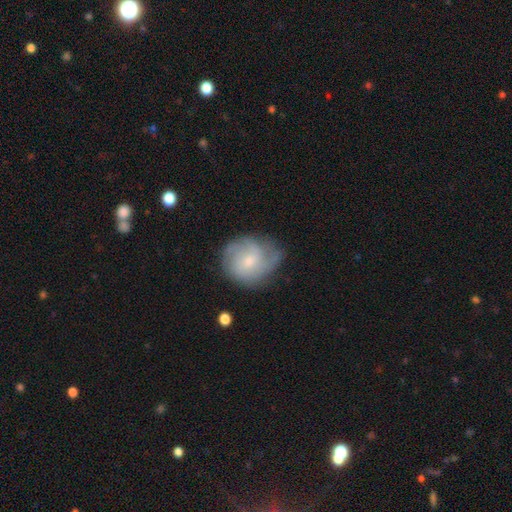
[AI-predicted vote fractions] A featured or disk galaxy (58%) with no bar (66%), spiral arms (85%) and a small central bulge (59%).

Vote fractions:
- Smooth or featured? featured or disk: 58% / smooth: 35% / star or artifact: 8%
- Edge-on disk? no: 97% / yes: 3%
- Bar? no: 66% / weak: 30% / strong: 4%
- Spiral arms? yes: 85% / no: 15%
- Bulge size? small: 59% / moderate: 35% / none: 4% / large: 2% / dominant: 1%
- Merging? none: 61% / minor disturbance: 27% / major disturbance: 11% / merger: 2%